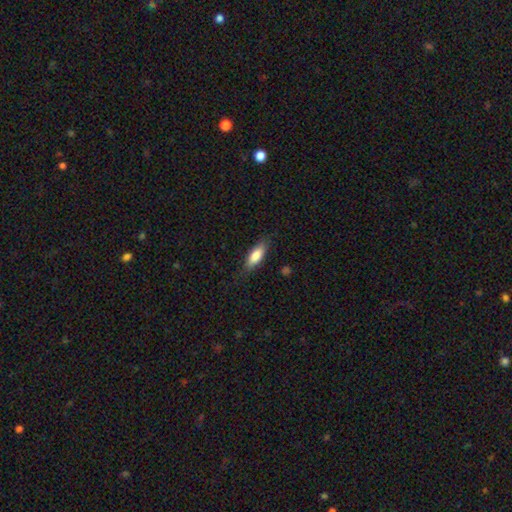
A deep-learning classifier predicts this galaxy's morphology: Smooth or featured? smooth (81%)
How rounded? in between (69%)
Merging? none (80%)